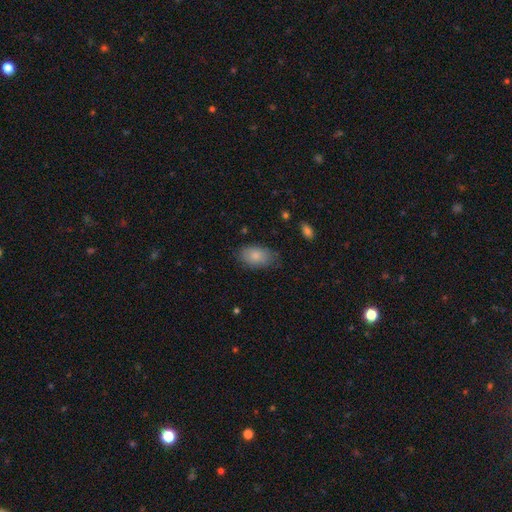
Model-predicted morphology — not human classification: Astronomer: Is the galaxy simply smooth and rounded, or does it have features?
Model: smooth — 83%.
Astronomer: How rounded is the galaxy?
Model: in between — 91%.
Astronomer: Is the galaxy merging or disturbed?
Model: none — 73%.